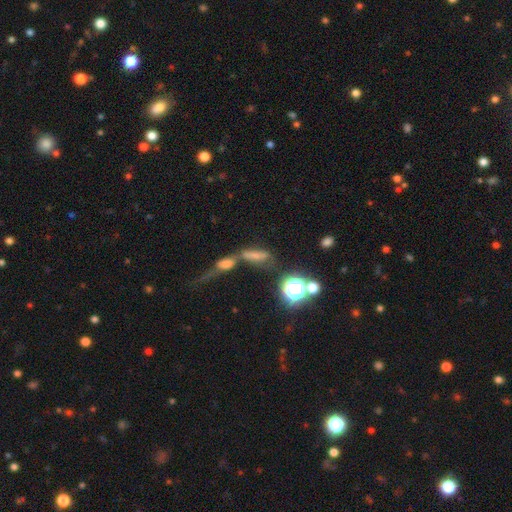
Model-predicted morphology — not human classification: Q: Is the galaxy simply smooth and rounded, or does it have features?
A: smooth — 58%.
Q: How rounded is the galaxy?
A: in between — 57%.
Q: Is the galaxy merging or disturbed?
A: merger — 54%.